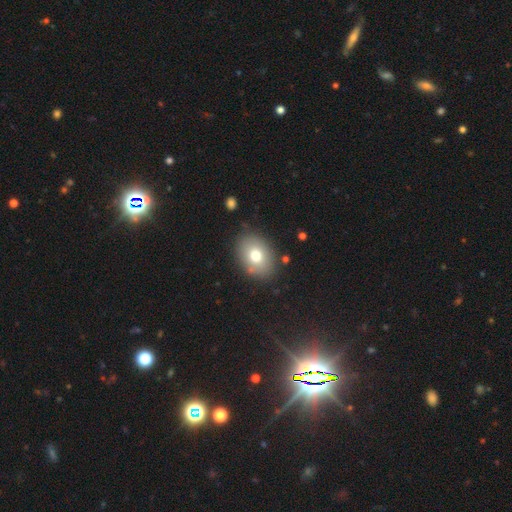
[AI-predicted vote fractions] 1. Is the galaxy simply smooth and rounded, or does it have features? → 75% smooth, 16% featured or disk, 10% star or artifact.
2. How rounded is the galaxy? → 73% in between, 26% round, 1% cigar-shaped.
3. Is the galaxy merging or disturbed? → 84% none, 10% minor disturbance, 3% major disturbance, 2% merger.